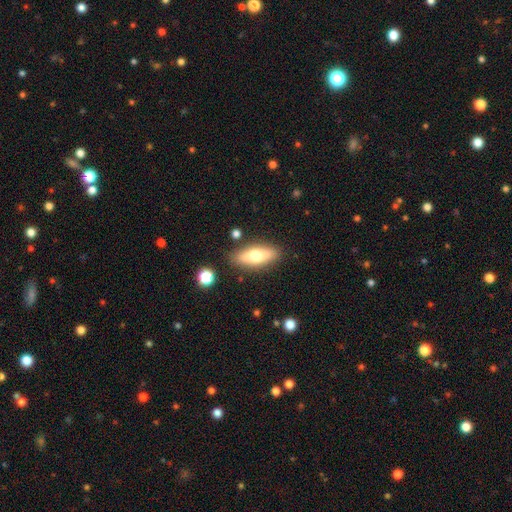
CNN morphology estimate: Q: Smooth or featured?
A: smooth (61%); runner-up: featured or disk (32%)
Q: How rounded?
A: in between (63%); runner-up: cigar-shaped (34%)
Q: Merging?
A: none (84%); runner-up: minor disturbance (11%)